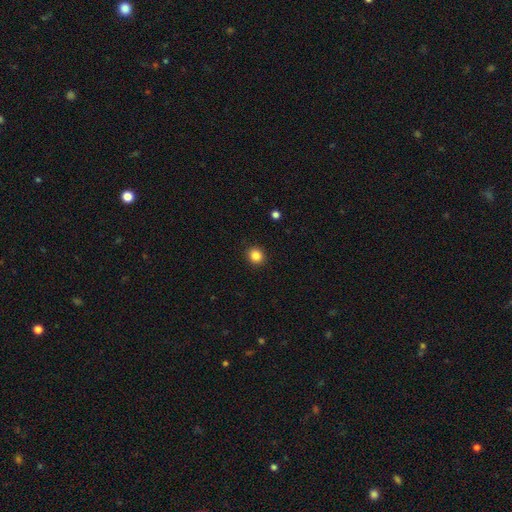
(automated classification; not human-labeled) Morphology: type=smooth (86%); roundness=round (86%); merging=none (92%).